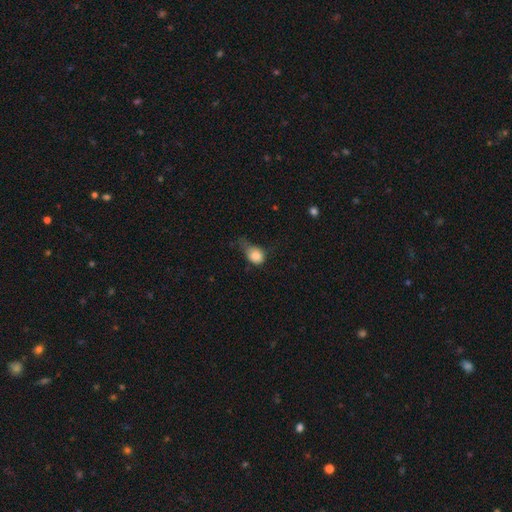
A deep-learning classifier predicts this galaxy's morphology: Smooth or featured: smooth — 81% (featured or disk — 10%)
How rounded: in between — 51% (round — 47%)
Merging: minor disturbance — 38% (major disturbance — 35%)